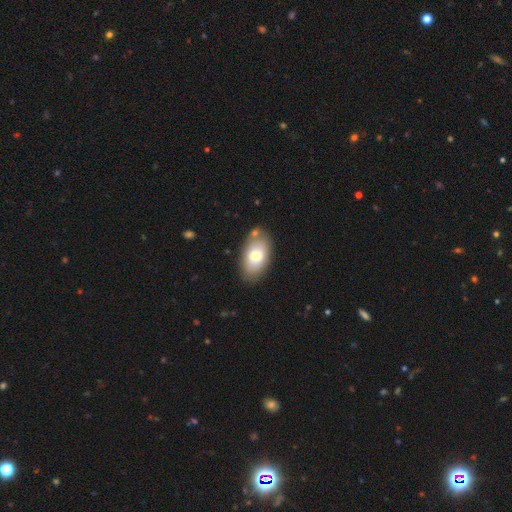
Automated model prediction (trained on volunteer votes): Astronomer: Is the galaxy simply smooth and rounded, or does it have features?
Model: smooth — 71%.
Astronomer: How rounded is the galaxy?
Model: in between — 93%.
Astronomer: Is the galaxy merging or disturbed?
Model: none — 77%.